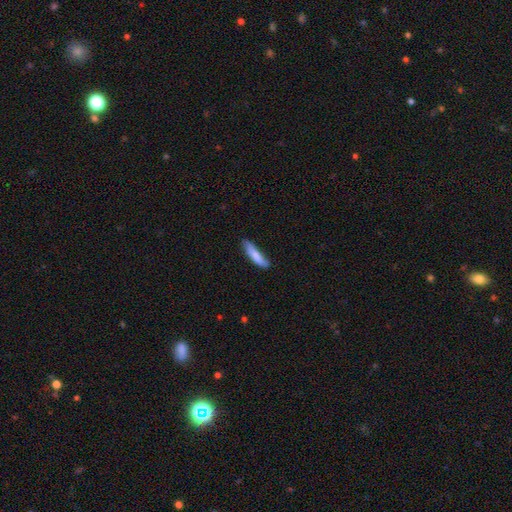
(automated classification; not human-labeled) smooth_or_featured: smooth (p=0.79) [alt: featured or disk p=0.15]
how_rounded: cigar-shaped (p=0.80) [alt: in between p=0.19]
merging: none (p=0.68) [alt: minor disturbance p=0.25]